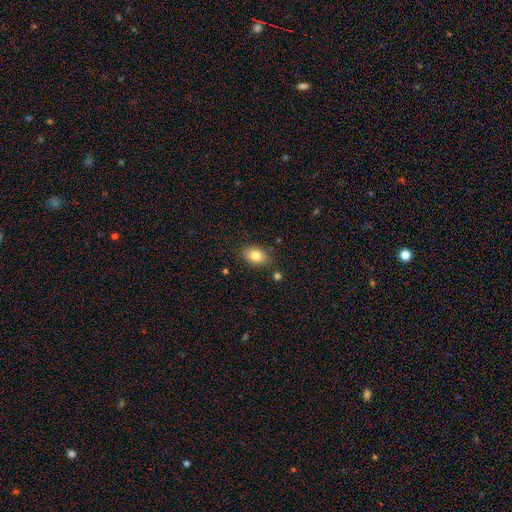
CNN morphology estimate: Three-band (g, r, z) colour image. It shows a smooth galaxy with no disk features (82%) that is in between round and cigar-shaped (82%). Merging: none (84%).